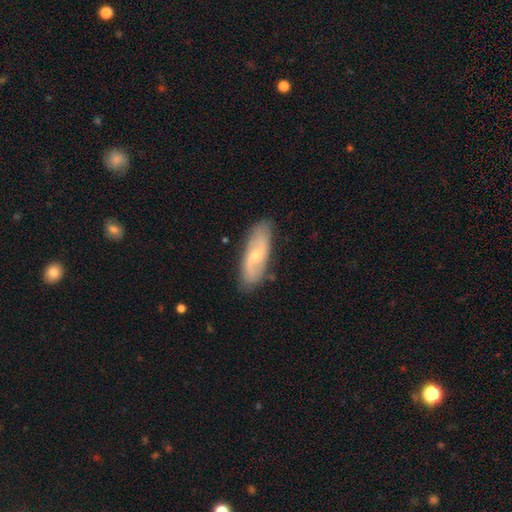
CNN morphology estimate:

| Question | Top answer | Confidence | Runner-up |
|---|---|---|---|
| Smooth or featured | featured or disk | 60% | smooth (34%) |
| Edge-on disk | no | 85% | yes (15%) |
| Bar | no | 53% | weak (38%) |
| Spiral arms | yes | 83% | no (17%) |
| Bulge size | small | 59% | moderate (37%) |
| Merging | none | 81% | minor disturbance (14%) |